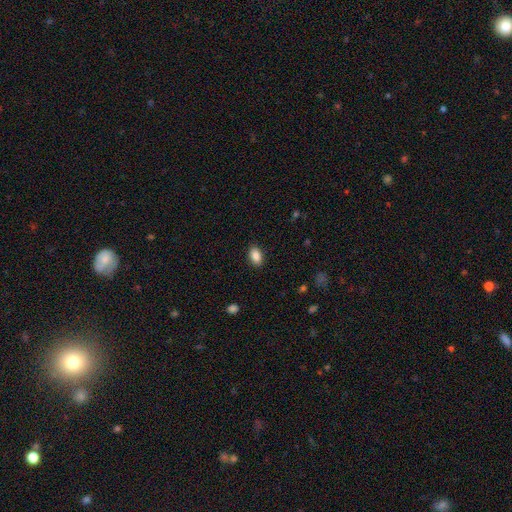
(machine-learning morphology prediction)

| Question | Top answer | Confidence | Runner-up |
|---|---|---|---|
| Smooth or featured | smooth | 88% | star or artifact (8%) |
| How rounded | in between | 90% | round (8%) |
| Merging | none | 89% | minor disturbance (8%) |